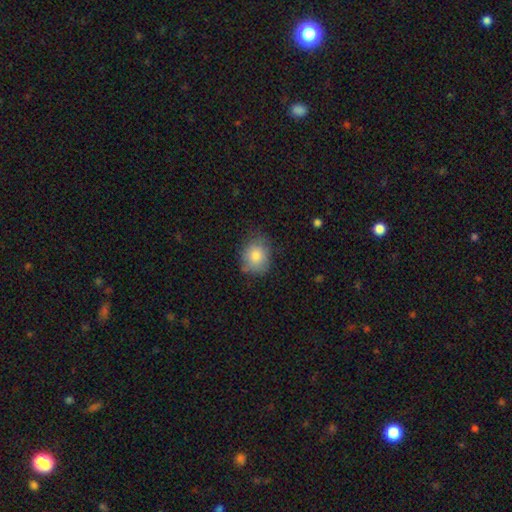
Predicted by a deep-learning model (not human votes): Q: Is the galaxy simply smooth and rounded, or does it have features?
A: smooth — 80%.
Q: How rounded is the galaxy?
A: round — 63%.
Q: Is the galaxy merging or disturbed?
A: none — 68%.